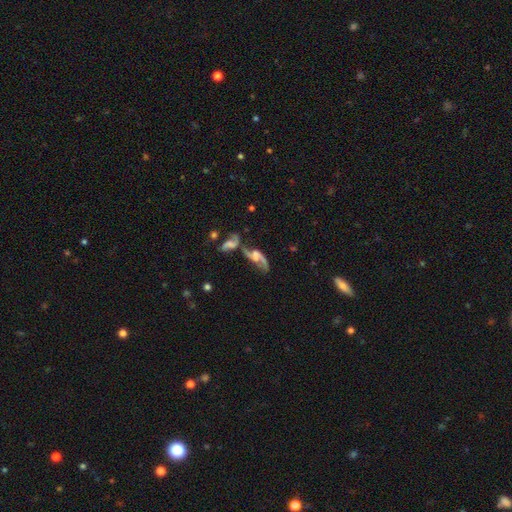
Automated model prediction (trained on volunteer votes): Smooth or featured?
  - featured or disk: 73% *
  - smooth: 17%
  - star or artifact: 10%
Edge-on disk?
  - no: 91% *
  - yes: 9%
Bar?
  - no: 52% *
  - weak: 36%
  - strong: 12%
Spiral arms?
  - yes: 83% *
  - no: 17%
Spiral winding?
  - loose: 78% *
  - medium: 17%
  - tight: 5%
Spiral arm count?
  - 2: 81% *
  - 1: 9%
  - can't tell: 7%
  - 3: 1%
  - 4: 1%
  - more than 4: 1%
Bulge size?
  - none: 34% *
  - moderate: 27%
  - small: 27%
  - large: 10%
  - dominant: 2%
Merging?
  - merger: 52% *
  - none: 23%
  - major disturbance: 14%
  - minor disturbance: 11%